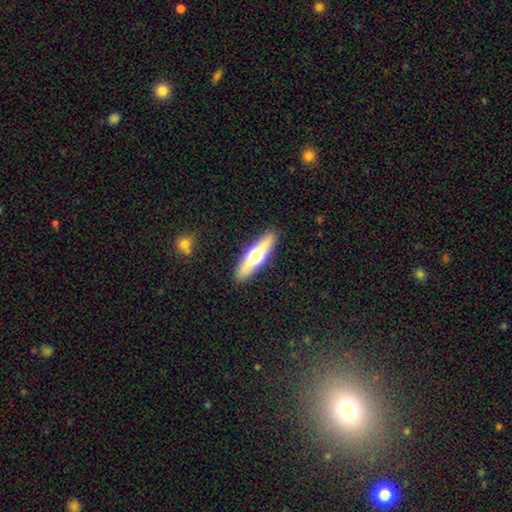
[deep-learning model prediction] Overall: featured or disk (48%; smooth 46%). Merging: none (89%).